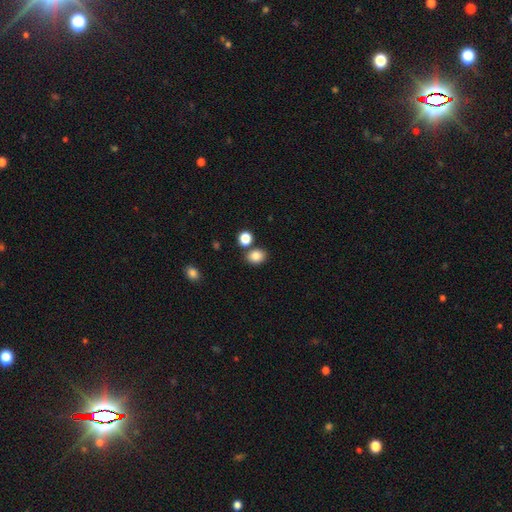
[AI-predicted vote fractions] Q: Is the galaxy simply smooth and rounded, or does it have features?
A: smooth — 84%.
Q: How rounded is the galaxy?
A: in between — 50%.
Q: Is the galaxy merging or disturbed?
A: none — 75%.